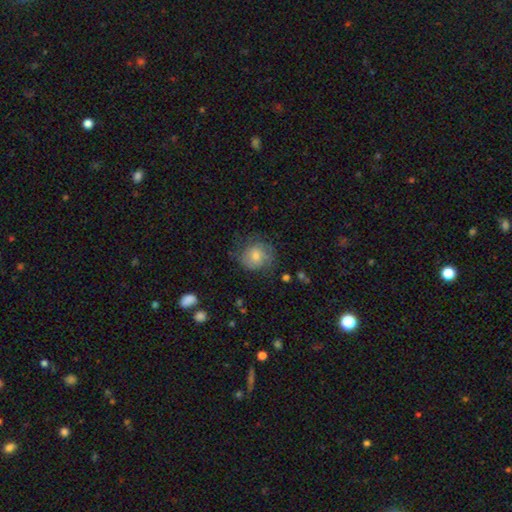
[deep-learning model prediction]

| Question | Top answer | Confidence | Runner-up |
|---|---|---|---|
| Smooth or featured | smooth | 49% | featured or disk (41%) |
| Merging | none | 65% | minor disturbance (22%) |